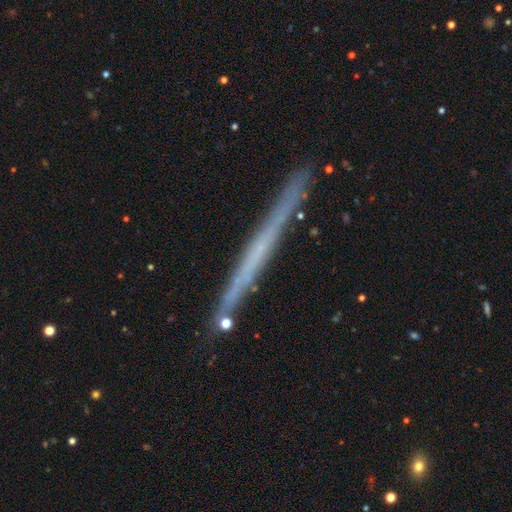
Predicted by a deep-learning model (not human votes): smooth_or_featured: featured or disk (p=0.60) [alt: smooth p=0.31]
disk_edge_on: yes (p=0.96) [alt: no p=0.04]
edge_on_bulge: none (p=0.91) [alt: rounded p=0.06]
merging: none (p=0.87) [alt: minor disturbance p=0.09]